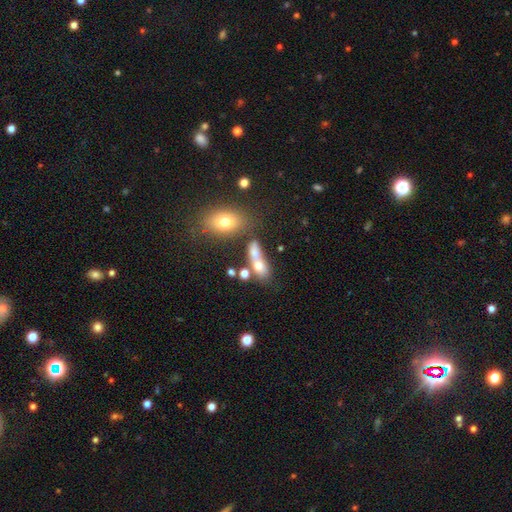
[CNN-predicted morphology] smooth 65%, featured or disk 22%, star or artifact 13%. Down the decision tree: how rounded — in between (68%); merging — merger (47%).